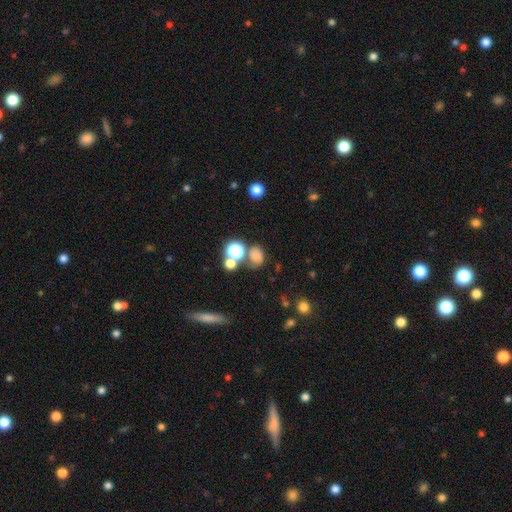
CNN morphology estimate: Smooth or featured: smooth — 64% (star or artifact — 21%)
How rounded: round — 58% (in between — 40%)
Merging: none — 55% (merger — 20%)